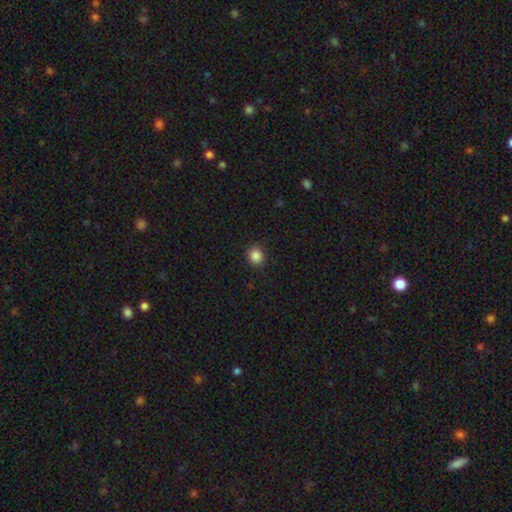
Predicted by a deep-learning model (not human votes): Smooth or featured? Predicted: smooth (p=0.86). How rounded? Predicted: round (p=0.81). Merging? Predicted: none (p=0.91).